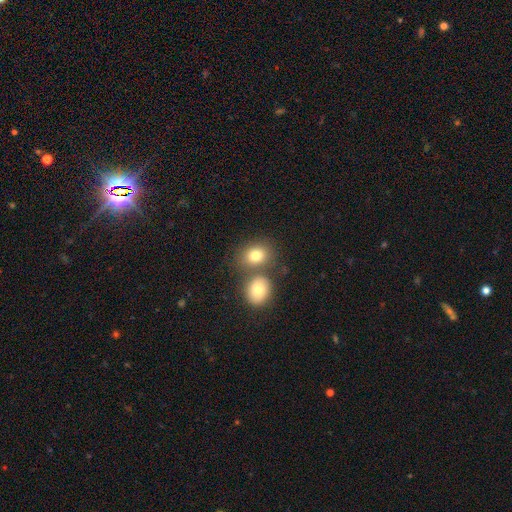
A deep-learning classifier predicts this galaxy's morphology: This appears to be a smooth galaxy with no disk features (78%) that is round (51%). Merging: none (55%).